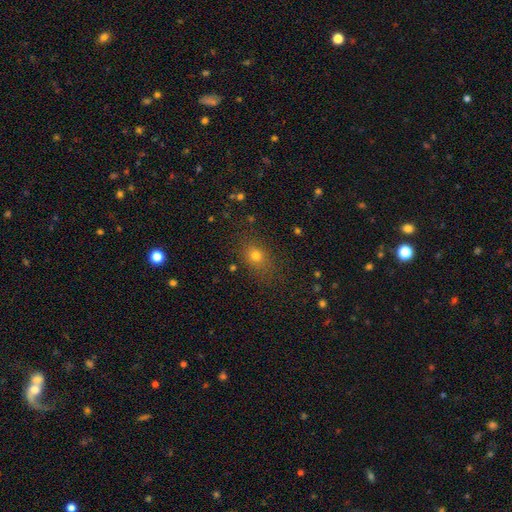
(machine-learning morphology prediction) A smooth galaxy with no disk features (73%) that is in between round and cigar-shaped (50%).

Vote fractions:
- Smooth or featured? smooth: 73% / star or artifact: 18% / featured or disk: 9%
- How rounded? in between: 50% / round: 48% / cigar-shaped: 2%
- Merging? none: 80% / minor disturbance: 13% / major disturbance: 5% / merger: 2%